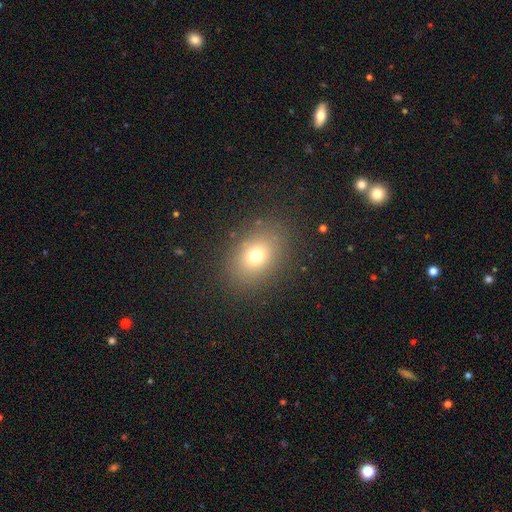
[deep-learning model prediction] The model was most divided on "how rounded": in between: 64%, round: 35%, cigar-shaped: 1%. More confident: merging — none (84%); smooth or featured — smooth (72%).